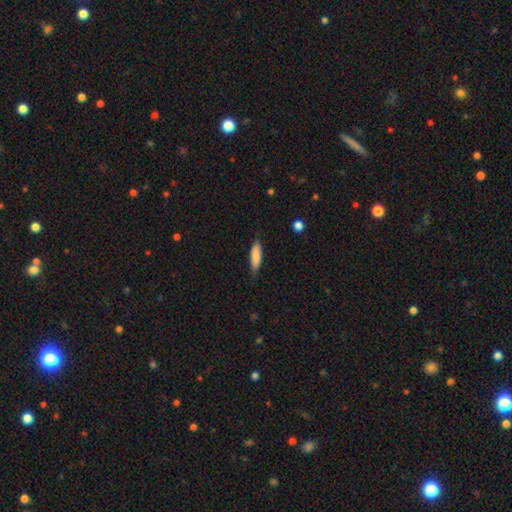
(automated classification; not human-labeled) Smooth or featured: smooth — 84% (featured or disk — 10%)
How rounded: cigar-shaped — 64% (in between — 35%)
Merging: none — 79% (minor disturbance — 17%)